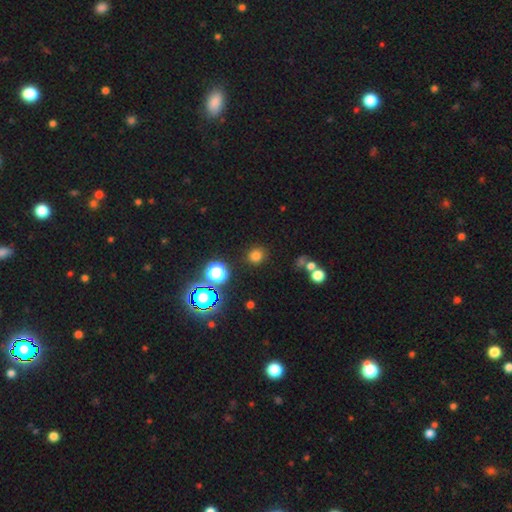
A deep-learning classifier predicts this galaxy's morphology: A smooth galaxy with no disk features (74%) that is round (90%).

Vote fractions:
- Smooth or featured? smooth: 74% / star or artifact: 21% / featured or disk: 5%
- How rounded? round: 90% / in between: 9% / cigar-shaped: 1%
- Merging? none: 88% / minor disturbance: 7% / major disturbance: 3% / merger: 3%